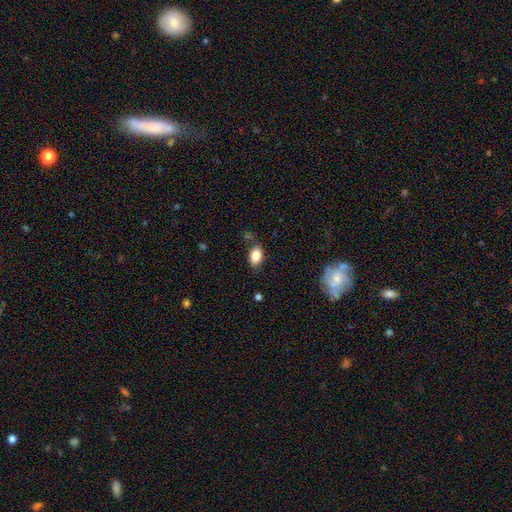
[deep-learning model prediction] smooth 85%, star or artifact 9%, featured or disk 7%. Down the decision tree: how rounded — in between (88%); merging — none (76%).